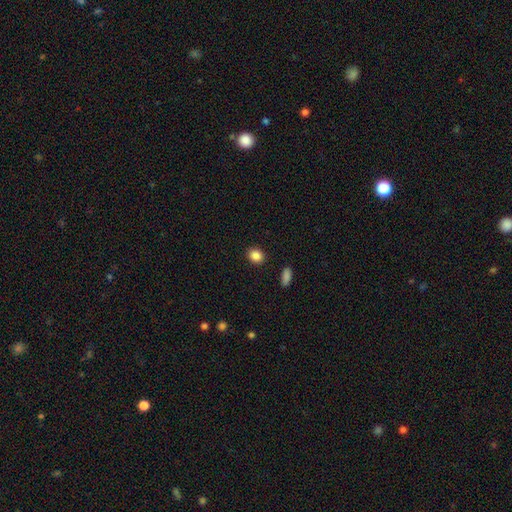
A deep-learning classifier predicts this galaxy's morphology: A smooth galaxy with no disk features (87%) that is round (62%).

Vote fractions:
- Smooth or featured? smooth: 87% / star or artifact: 9% / featured or disk: 4%
- How rounded? round: 62% / in between: 36% / cigar-shaped: 1%
- Merging? none: 90% / minor disturbance: 6% / major disturbance: 2% / merger: 1%